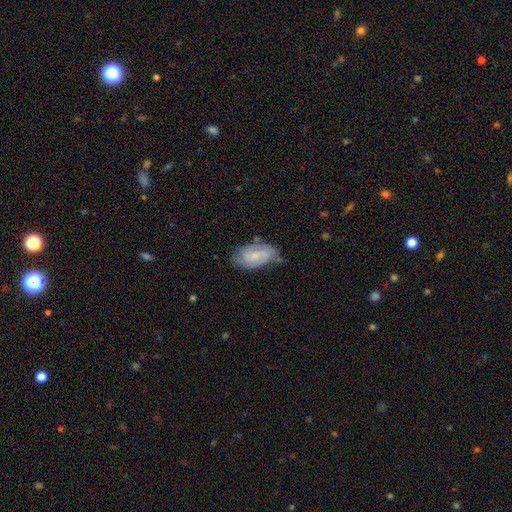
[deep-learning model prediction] Morphology: type=featured or disk (66%); edge-on=no (96%); bar=weak (52%); spiral arms=yes (91%); winding=tight (44%); arm count=2 (68%); bulge=small (59%); merging=none (63%).